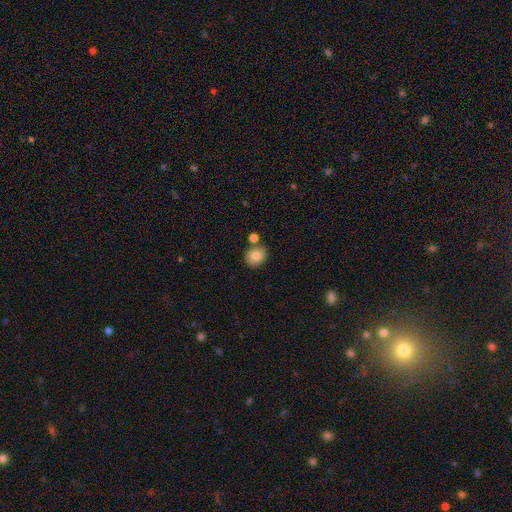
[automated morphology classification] Smooth or featured: smooth — 83% (star or artifact — 9%)
How rounded: round — 67% (in between — 32%)
Merging: none — 75% (merger — 12%)